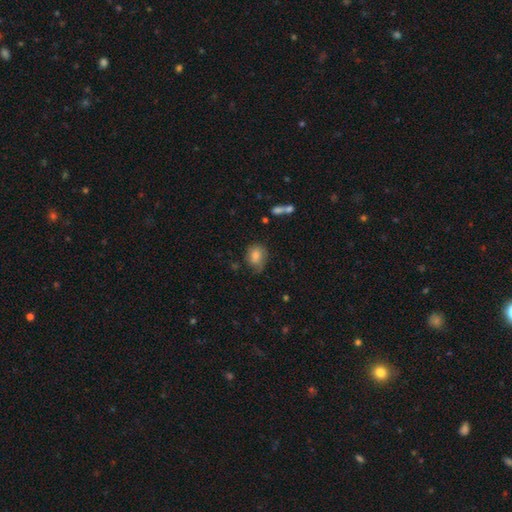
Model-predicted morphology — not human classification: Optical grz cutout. It shows a smooth galaxy with no disk features (77%) that is round (51%). Merging: none (57%).